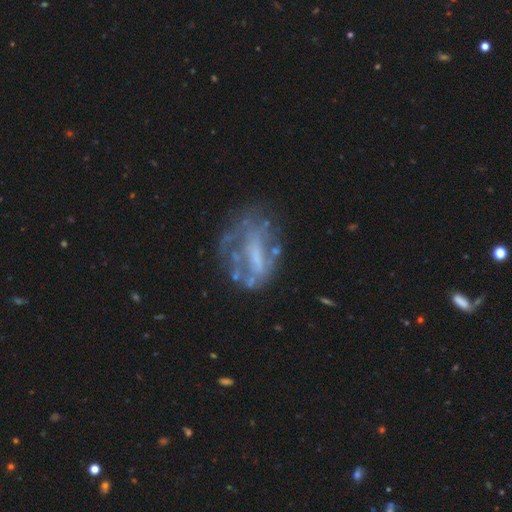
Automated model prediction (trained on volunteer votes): This appears to be a featured or disk galaxy (67%) with no bar (53%), no spiral arms (72%) and no central bulge (51%). Merging: none (44%).